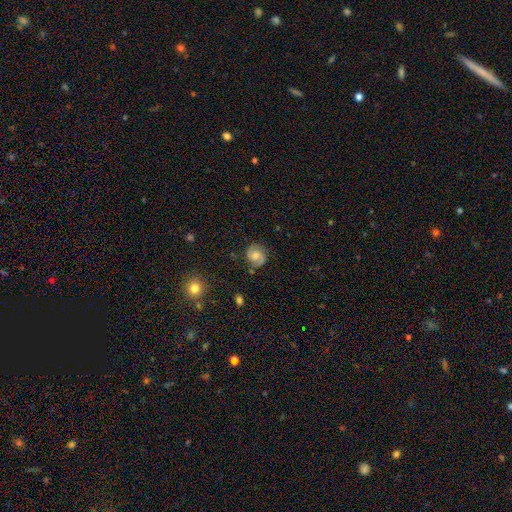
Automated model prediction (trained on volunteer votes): This is likely a featured or disk galaxy (65%). It is clearly not viewed edge-on (98%). Bar: likely no (60%). Spiral arm pattern: clearly yes (94%). Spiral arm count: clearly 2 (88%). Spiral winding: possibly medium (47%). Central bulge: possibly moderate (53%). Merging: likely none (79%).